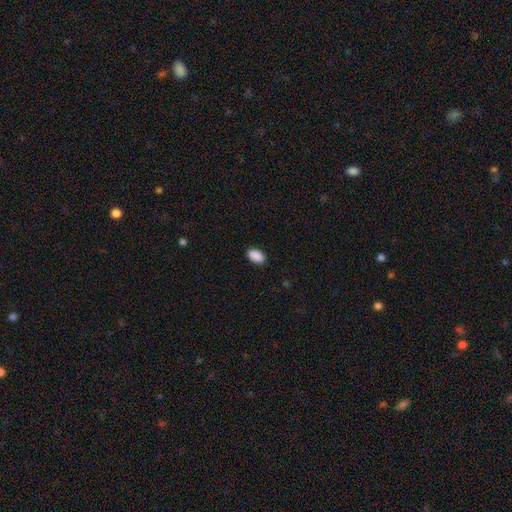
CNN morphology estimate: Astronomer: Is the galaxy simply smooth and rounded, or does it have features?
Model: smooth — 91%.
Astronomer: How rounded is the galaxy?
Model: in between — 93%.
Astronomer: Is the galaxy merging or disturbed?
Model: none — 89%.